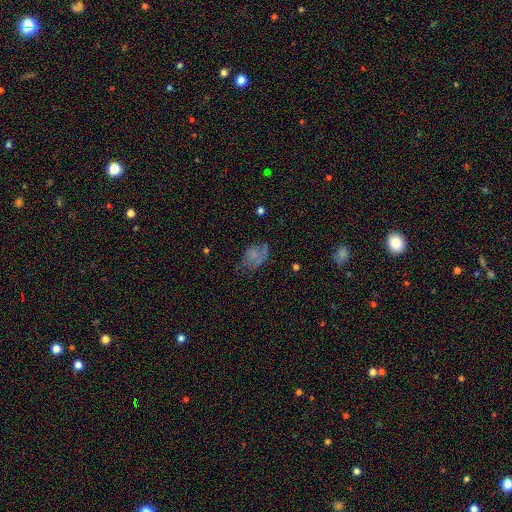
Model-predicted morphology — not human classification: A smooth galaxy with no disk features (55%) that is in between round and cigar-shaped (81%).

Vote fractions:
- Smooth or featured? smooth: 55% / featured or disk: 29% / star or artifact: 16%
- How rounded? in between: 81% / round: 17% / cigar-shaped: 2%
- Merging? none: 42% / minor disturbance: 28% / major disturbance: 25% / merger: 6%